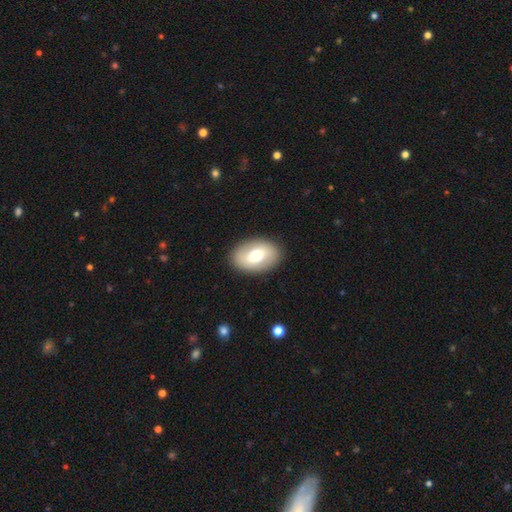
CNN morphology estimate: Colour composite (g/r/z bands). It shows a smooth galaxy with no disk features (61%) that is in between round and cigar-shaped (82%). Merging: none (89%).